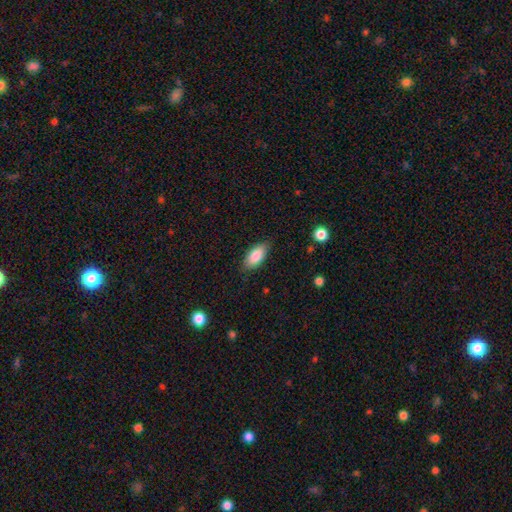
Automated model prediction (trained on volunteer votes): Morphology: type=smooth (85%); roundness=in between (89%); merging=none (82%).